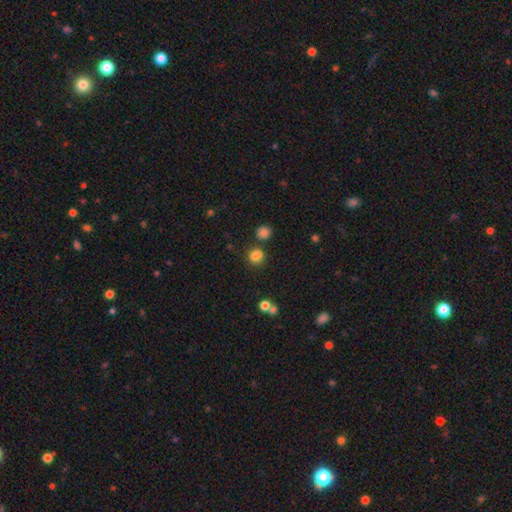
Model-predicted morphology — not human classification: Overall: smooth (78%). How rounded: round (79%). Merging: none (64%).